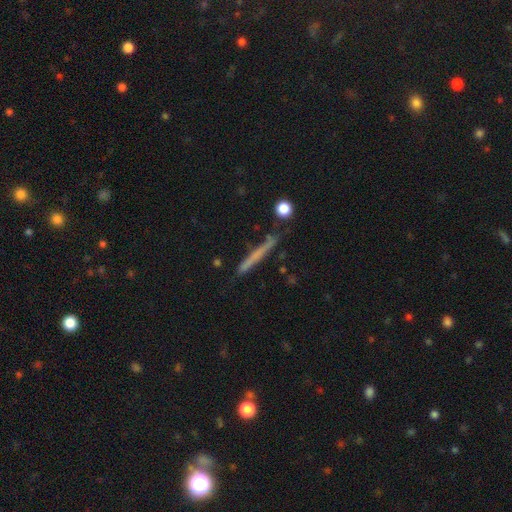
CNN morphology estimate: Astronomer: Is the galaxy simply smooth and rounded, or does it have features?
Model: smooth — 54% (runner-up: featured or disk, 39%).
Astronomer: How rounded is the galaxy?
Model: cigar-shaped — 96%.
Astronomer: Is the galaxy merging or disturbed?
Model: none — 83%.